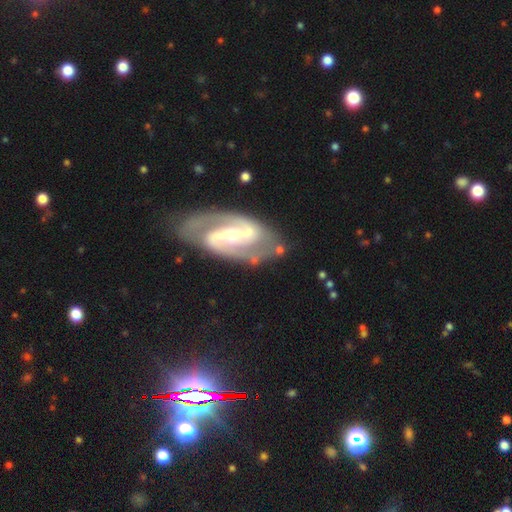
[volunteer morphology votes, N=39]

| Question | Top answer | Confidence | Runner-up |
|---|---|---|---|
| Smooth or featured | featured or disk | 87% | star or artifact (8%) |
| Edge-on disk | no | 88% | yes (12%) |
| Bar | strong | 60% | weak (40%) |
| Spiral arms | yes | 93% | no (7%) |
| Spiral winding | medium | 68% | loose (21%) |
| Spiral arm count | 2 | 96% | can't tell (4%) |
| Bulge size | small | 70% | moderate (27%) |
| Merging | none | 86% | minor disturbance (8%) |